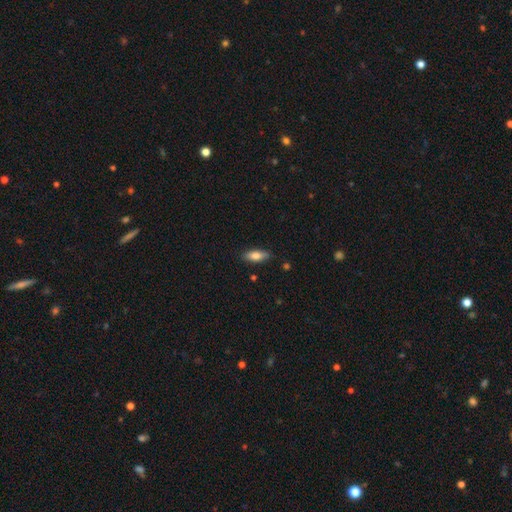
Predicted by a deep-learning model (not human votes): The model was most divided on "how rounded": in between: 68%, cigar-shaped: 30%, round: 2%. More confident: merging — none (84%); smooth or featured — smooth (76%).